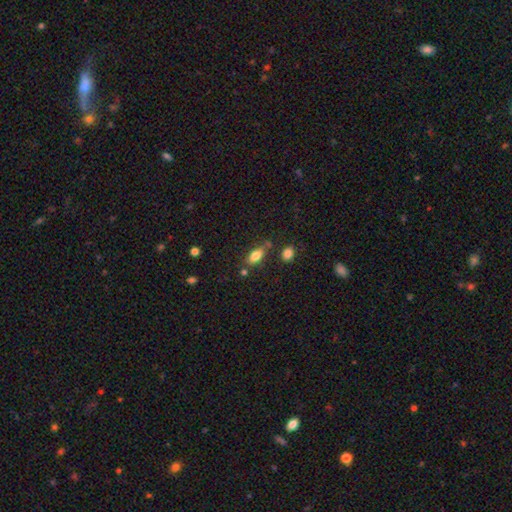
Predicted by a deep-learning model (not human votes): This appears to be a smooth galaxy with no disk features (79%) that is in between round and cigar-shaped (84%). Merging: none (69%).